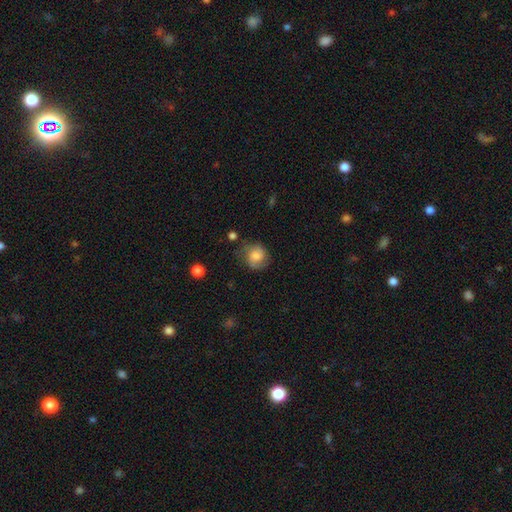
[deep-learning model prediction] smooth_or_featured: smooth (p=0.55) [alt: featured or disk p=0.36]
how_rounded: round (p=0.79) [alt: in between p=0.21]
merging: none (p=0.64) [alt: minor disturbance p=0.24]